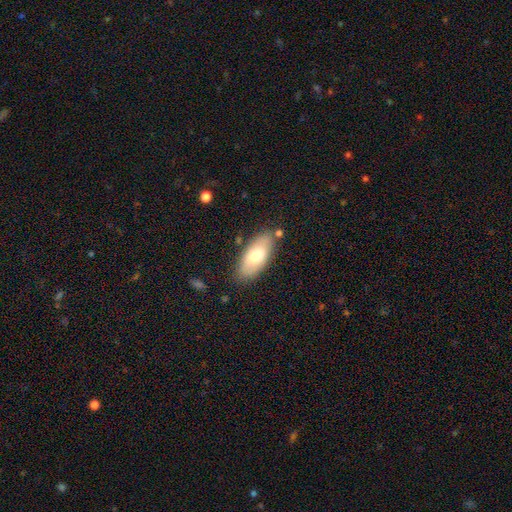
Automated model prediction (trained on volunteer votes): Smooth or featured? Predicted: smooth (p=0.71). How rounded? Predicted: in between (p=0.88). Merging? Predicted: none (p=0.80).